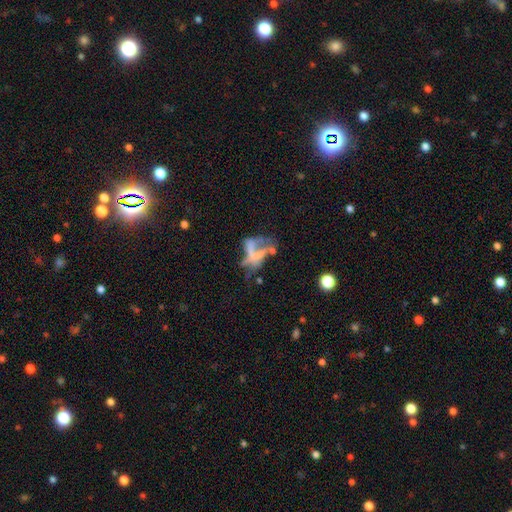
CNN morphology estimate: A featured or disk galaxy (51%).

Vote fractions:
- Smooth or featured? featured or disk: 51% / smooth: 31% / star or artifact: 18%
- Edge-on disk? no: 93% / yes: 7%
- Merging? major disturbance: 38% / merger: 31% / none: 20% / minor disturbance: 11%